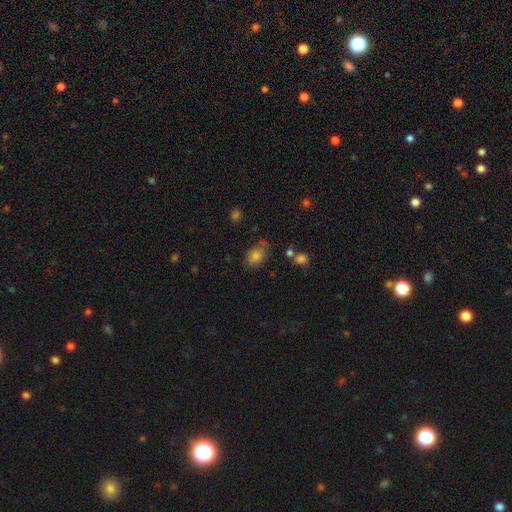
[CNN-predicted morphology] This appears to be a smooth galaxy with no disk features (77%) that is in between round and cigar-shaped (79%). Merging: none (70%).